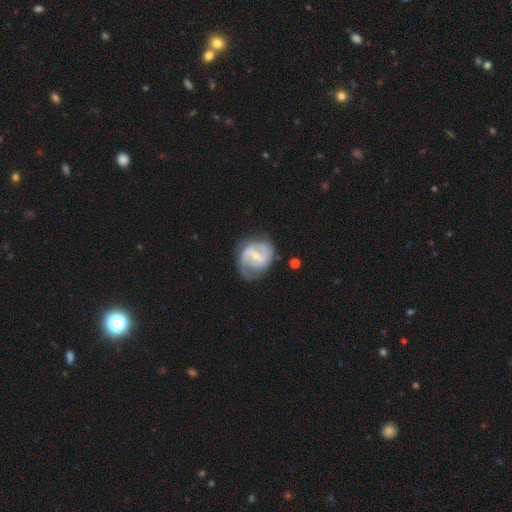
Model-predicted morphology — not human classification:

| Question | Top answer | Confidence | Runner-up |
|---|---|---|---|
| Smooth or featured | featured or disk | 79% | smooth (16%) |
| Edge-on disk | no | 98% | yes (2%) |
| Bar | weak | 53% | strong (31%) |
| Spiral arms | yes | 89% | no (11%) |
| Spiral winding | medium | 48% | loose (27%) |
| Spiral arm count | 2 | 74% | can't tell (13%) |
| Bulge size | small | 57% | moderate (37%) |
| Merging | none | 56% | minor disturbance (27%) |